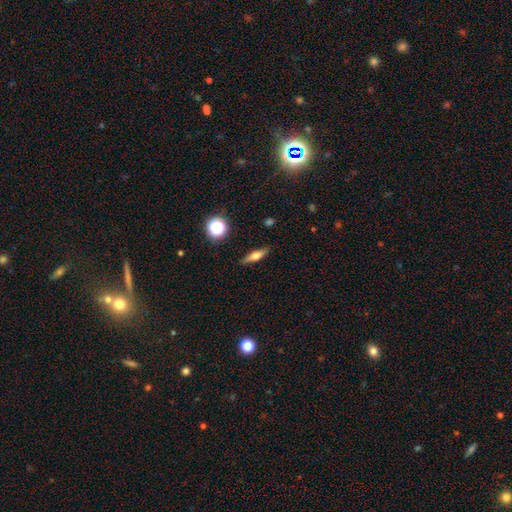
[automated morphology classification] A smooth galaxy with no disk features (59%) that is cigar-shaped (57%).

Vote fractions:
- Smooth or featured? smooth: 59% / featured or disk: 32% / star or artifact: 10%
- How rounded? cigar-shaped: 57% / in between: 36% / round: 6%
- Merging? none: 85% / minor disturbance: 11% / major disturbance: 3% / merger: 1%